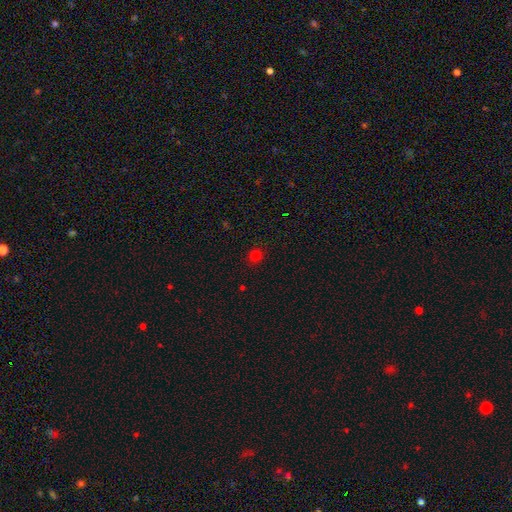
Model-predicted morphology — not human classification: smooth 76%, star or artifact 19%, featured or disk 5%. Down the decision tree: how rounded — round (84%); merging — none (90%).